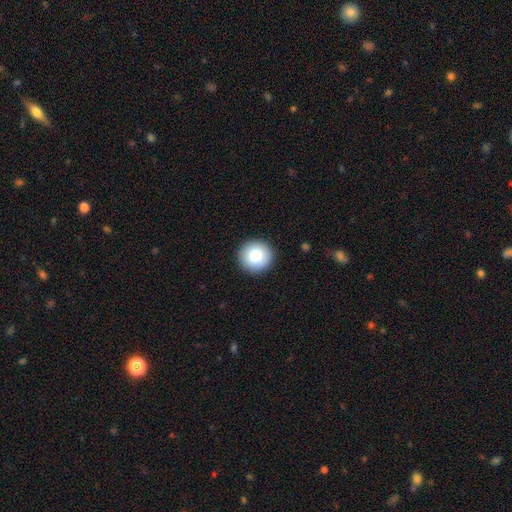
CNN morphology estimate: smooth_or_featured: smooth (p=0.80) [alt: featured or disk p=0.11]
how_rounded: round (p=0.95) [alt: in between p=0.04]
merging: none (p=0.93) [alt: minor disturbance p=0.05]